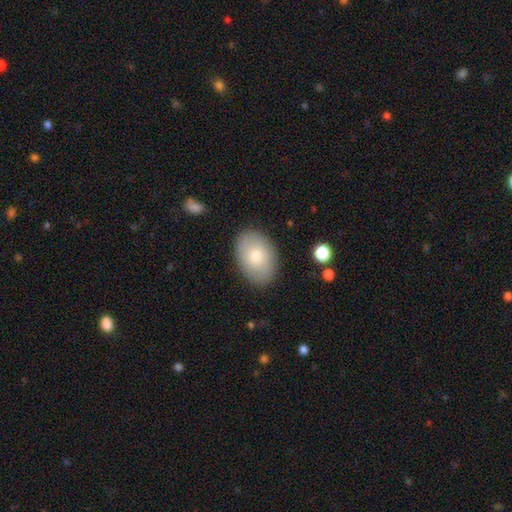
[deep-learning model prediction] A smooth galaxy with no disk features (74%) that is in between round and cigar-shaped (83%).

Vote fractions:
- Smooth or featured? smooth: 74% / featured or disk: 19% / star or artifact: 7%
- How rounded? in between: 83% / round: 16% / cigar-shaped: 1%
- Merging? none: 85% / minor disturbance: 11% / major disturbance: 3% / merger: 1%